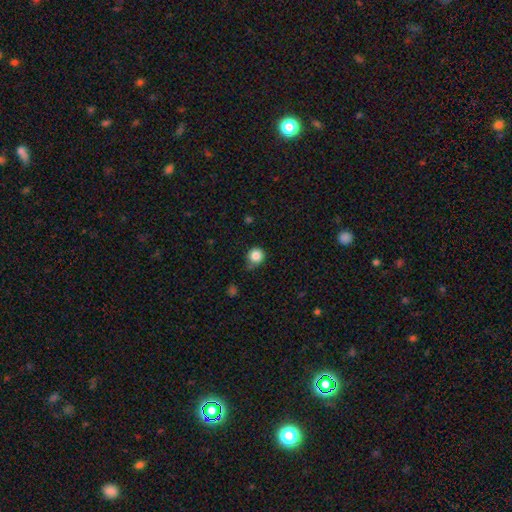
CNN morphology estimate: Q: Smooth or featured?
A: smooth (85%); runner-up: star or artifact (10%)
Q: How rounded?
A: round (89%); runner-up: in between (10%)
Q: Merging?
A: none (63%); runner-up: minor disturbance (28%)